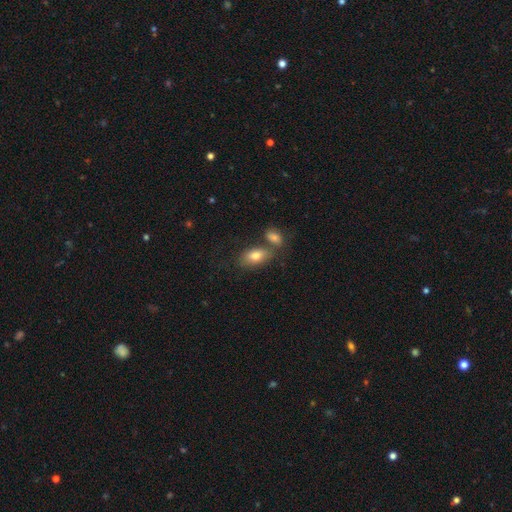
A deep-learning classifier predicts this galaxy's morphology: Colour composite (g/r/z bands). It shows a smooth galaxy with no disk features (79%) that is in between round and cigar-shaped (89%). Merging: none (56%).